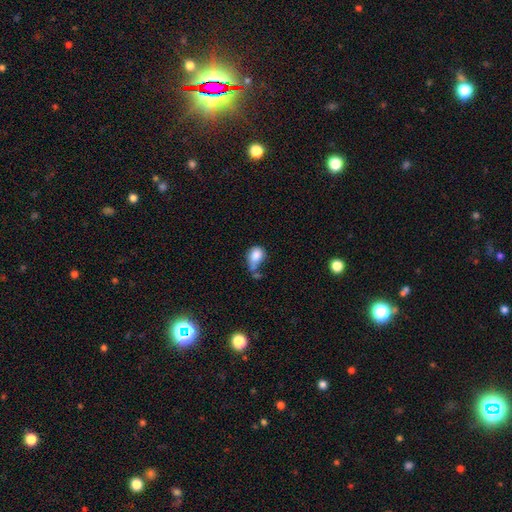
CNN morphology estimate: smooth 81%, featured or disk 10%, star or artifact 9%. Down the decision tree: how rounded — in between (59%); merging — minor disturbance (28%, tied with none).